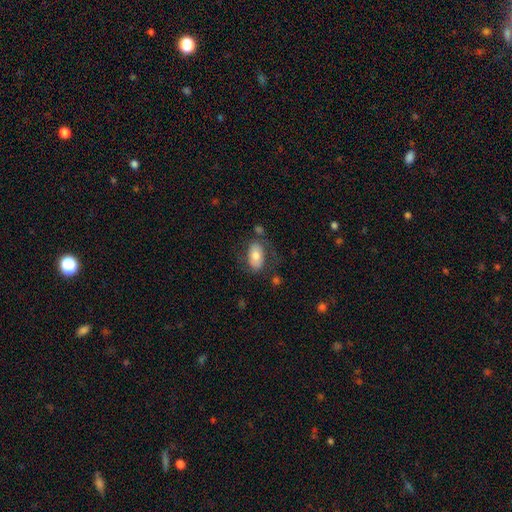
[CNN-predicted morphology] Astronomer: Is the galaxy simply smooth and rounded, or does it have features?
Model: smooth — 71%.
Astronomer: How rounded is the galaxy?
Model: in between — 92%.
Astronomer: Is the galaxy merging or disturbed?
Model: none — 67%.